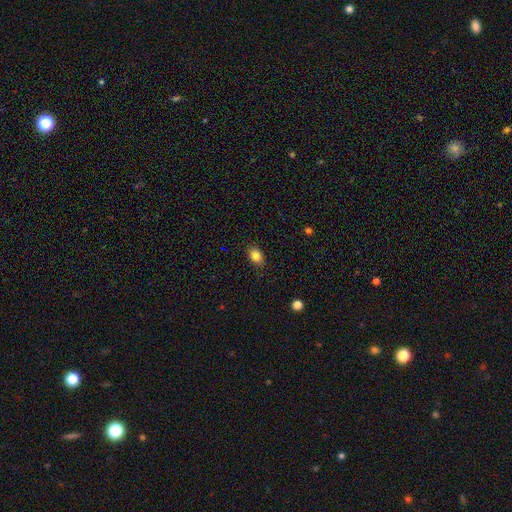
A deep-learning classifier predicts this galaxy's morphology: smooth-or-featured: smooth: 84% | star or artifact: 10% | featured or disk: 6%
  how-rounded: in between: 78% | round: 20% | cigar-shaped: 1%
  merging: none: 85% | minor disturbance: 12% | major disturbance: 2% | merger: 1%